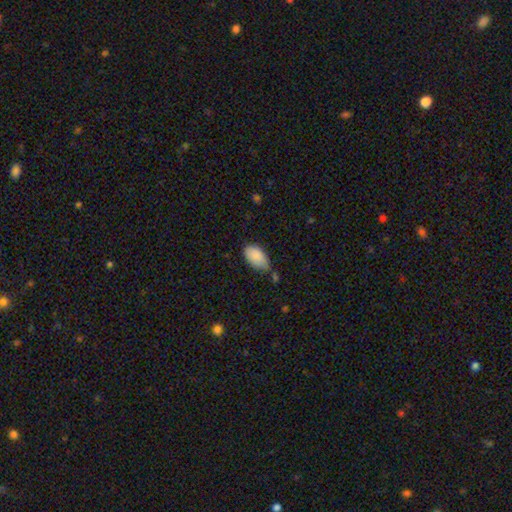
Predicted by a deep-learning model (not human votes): This is clearly a smooth galaxy (88%). How rounded: clearly in between (94%). Merging: possibly none (51%).